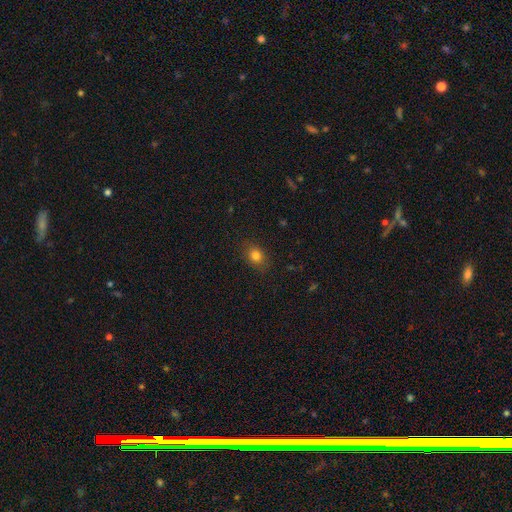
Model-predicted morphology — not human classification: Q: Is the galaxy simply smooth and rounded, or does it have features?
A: smooth — 80%.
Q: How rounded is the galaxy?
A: in between — 55%.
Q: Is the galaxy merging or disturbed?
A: none — 84%.